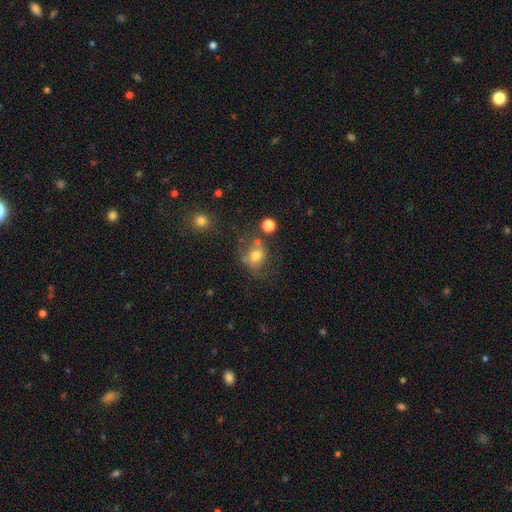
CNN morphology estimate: type=smooth (63%); roundness=round (58%); merging=none (46%).